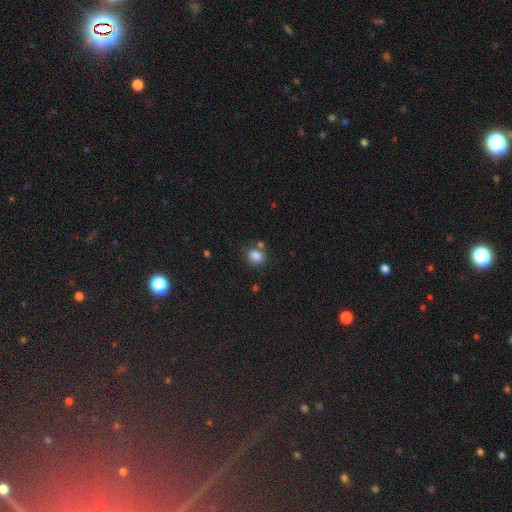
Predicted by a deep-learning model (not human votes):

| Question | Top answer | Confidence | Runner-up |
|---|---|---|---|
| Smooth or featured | smooth | 83% | star or artifact (11%) |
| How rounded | round | 53% | in between (46%) |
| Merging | none | 63% | merger (16%) |